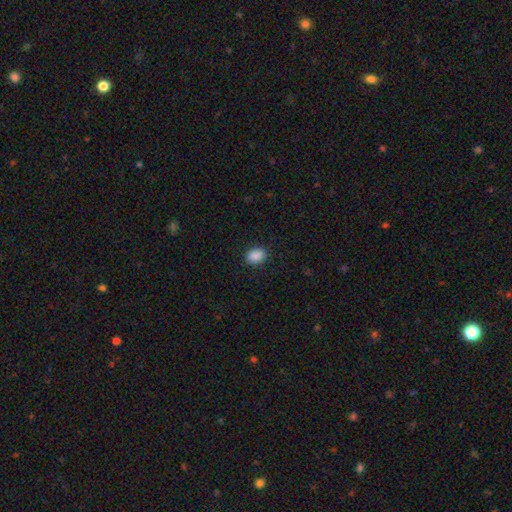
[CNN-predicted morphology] Q: Smooth or featured?
A: smooth (89%); runner-up: star or artifact (8%)
Q: How rounded?
A: in between (72%); runner-up: round (27%)
Q: Merging?
A: none (88%); runner-up: minor disturbance (9%)